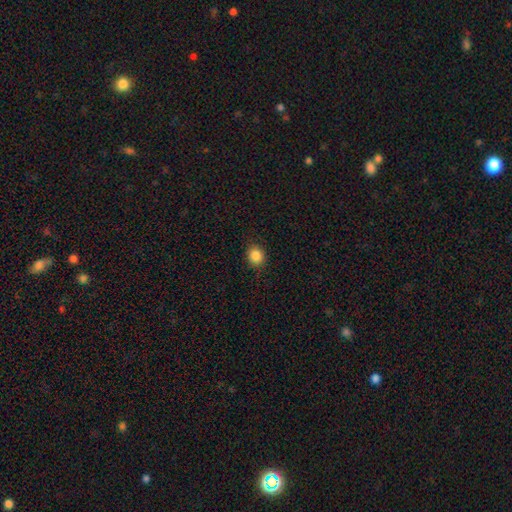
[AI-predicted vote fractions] smooth_or_featured: smooth (p=0.86) [alt: star or artifact p=0.10]
how_rounded: round (p=0.73) [alt: in between p=0.26]
merging: none (p=0.89) [alt: minor disturbance p=0.08]